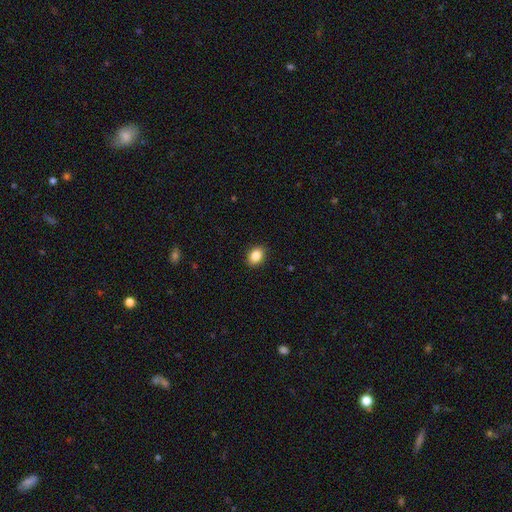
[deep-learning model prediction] Smooth or featured: smooth — 87% (star or artifact — 9%)
How rounded: in between — 69% (round — 29%)
Merging: none — 90% (minor disturbance — 7%)